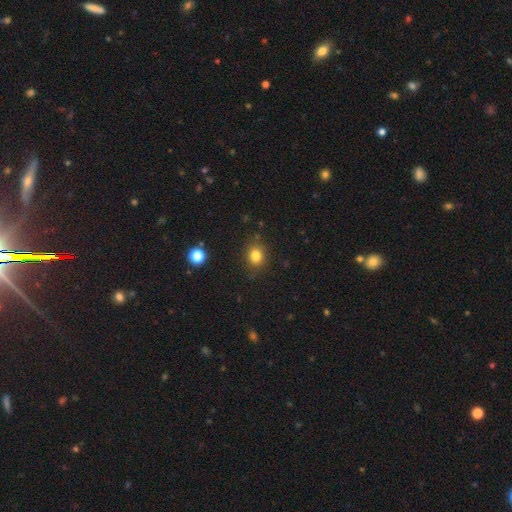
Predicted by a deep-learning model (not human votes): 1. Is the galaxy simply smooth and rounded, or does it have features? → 82% smooth, 12% star or artifact, 6% featured or disk.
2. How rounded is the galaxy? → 65% round, 34% in between, 1% cigar-shaped.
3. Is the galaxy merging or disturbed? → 84% none, 11% minor disturbance, 3% major disturbance, 2% merger.